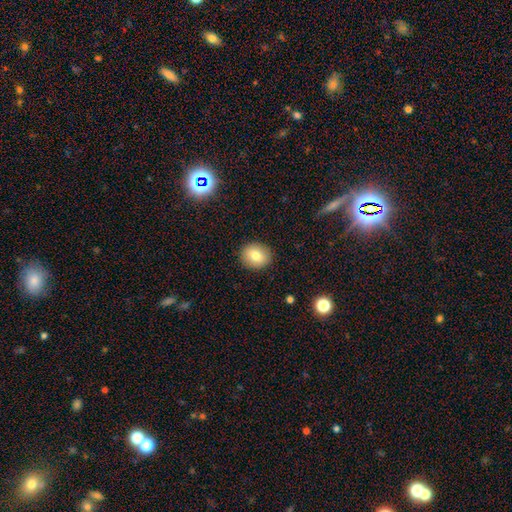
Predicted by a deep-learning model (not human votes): smooth_or_featured: smooth (p=0.79) [alt: featured or disk p=0.12]
how_rounded: round (p=0.66) [alt: in between p=0.34]
merging: none (p=0.90) [alt: minor disturbance p=0.07]